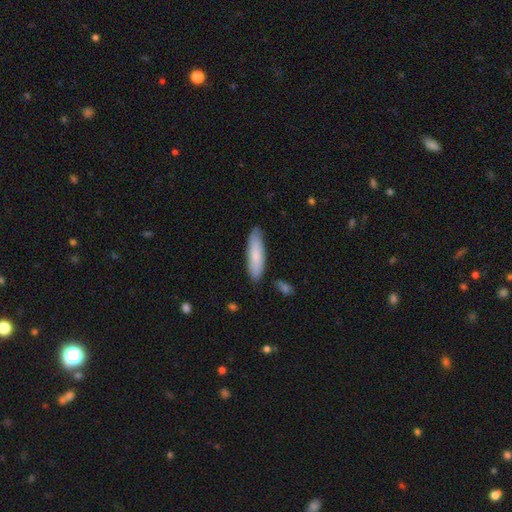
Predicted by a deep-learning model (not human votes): A smooth galaxy with no disk features (81%) that is cigar-shaped (66%).

Vote fractions:
- Smooth or featured? smooth: 81% / featured or disk: 14% / star or artifact: 5%
- How rounded? cigar-shaped: 66% / in between: 33% / round: 1%
- Merging? none: 85% / minor disturbance: 11% / major disturbance: 2% / merger: 2%